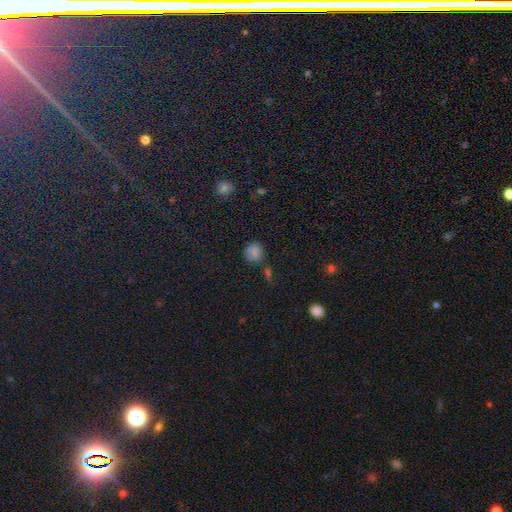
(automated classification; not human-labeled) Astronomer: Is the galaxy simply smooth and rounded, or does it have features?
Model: smooth — 62%.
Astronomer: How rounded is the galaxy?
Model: round — 86%.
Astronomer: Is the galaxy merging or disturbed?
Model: none — 71%.